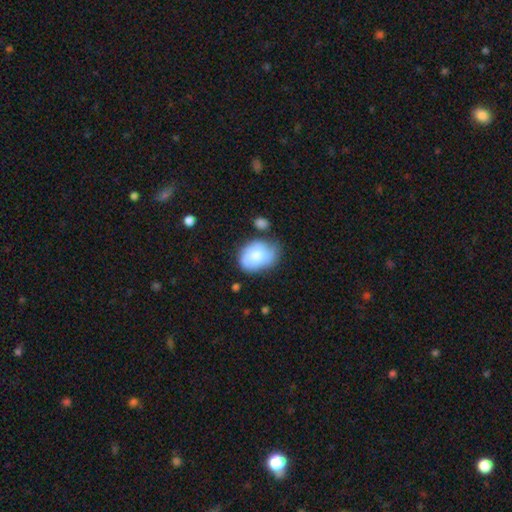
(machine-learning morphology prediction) The model was most divided on "merging": none: 47%, minor disturbance: 33%, major disturbance: 12%, merger: 8%. More confident: how rounded — in between (67%); smooth or featured — smooth (61%).